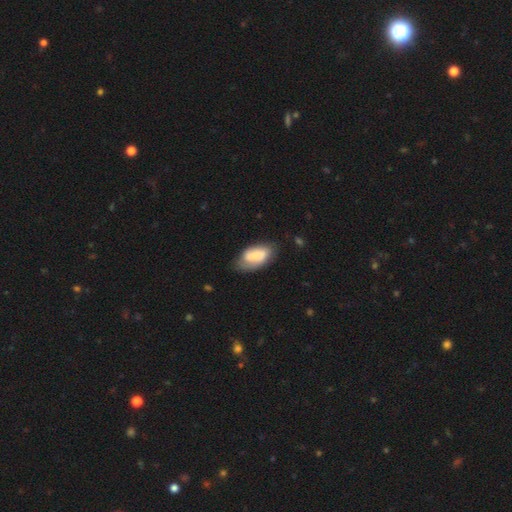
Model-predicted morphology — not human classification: This appears to be a smooth galaxy with no disk features (60%) that is in between round and cigar-shaped (93%). Merging: none (60%).